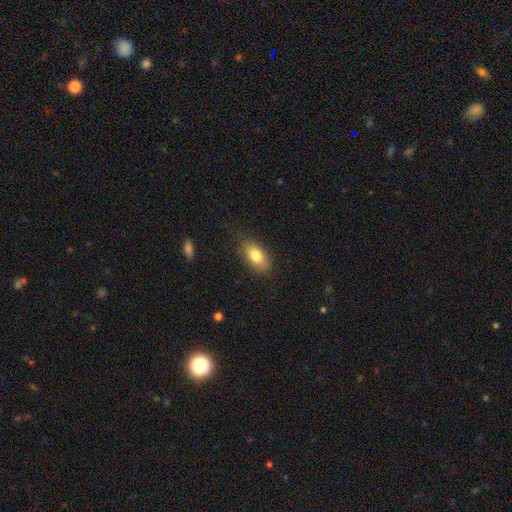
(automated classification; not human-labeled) A smooth galaxy with no disk features (81%) that is in between round and cigar-shaped (88%).

Vote fractions:
- Smooth or featured? smooth: 81% / featured or disk: 12% / star or artifact: 7%
- How rounded? in between: 88% / cigar-shaped: 7% / round: 6%
- Merging? none: 75% / minor disturbance: 18% / major disturbance: 5% / merger: 1%